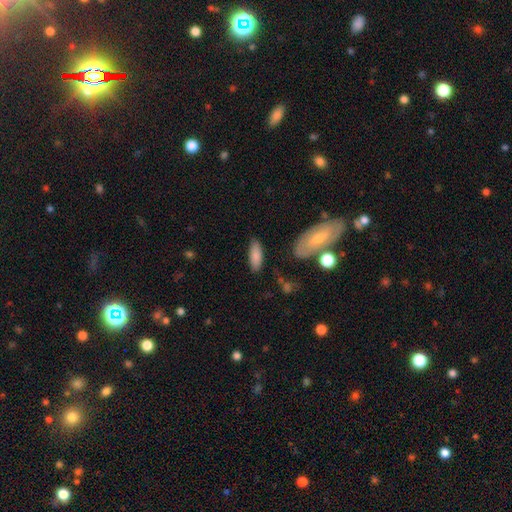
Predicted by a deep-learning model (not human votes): Smooth or featured: smooth — 84% (featured or disk — 10%)
How rounded: in between — 71% (cigar-shaped — 27%)
Merging: none — 81% (minor disturbance — 13%)